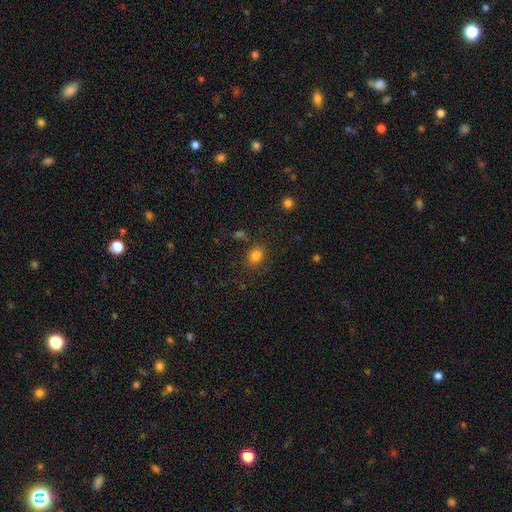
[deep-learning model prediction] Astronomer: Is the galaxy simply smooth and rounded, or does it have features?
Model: smooth — 81%.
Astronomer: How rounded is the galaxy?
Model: round — 60% (runner-up: in between, 39%).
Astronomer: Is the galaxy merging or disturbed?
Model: none — 78%.